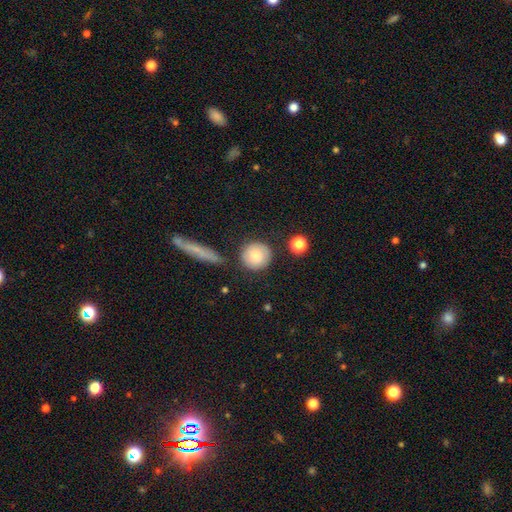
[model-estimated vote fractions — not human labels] Smooth or featured? Predicted: smooth (p=0.83). How rounded? Predicted: round (p=0.93). Merging? Predicted: none (p=0.81).